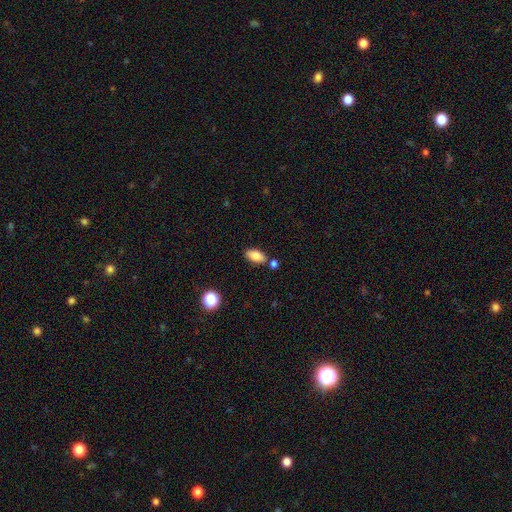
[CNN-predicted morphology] This appears to be a smooth galaxy with no disk features (82%) that is in between round and cigar-shaped (91%). Merging: none (75%).